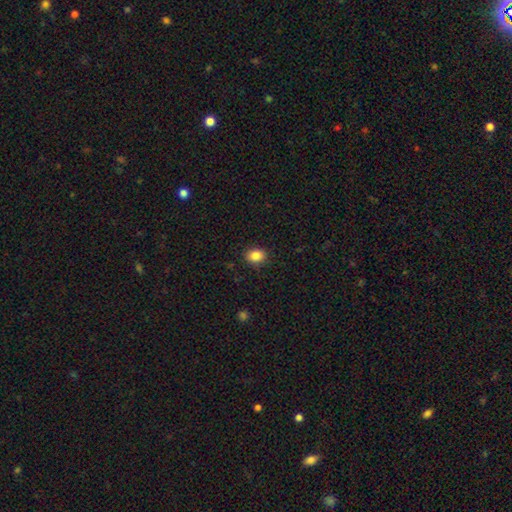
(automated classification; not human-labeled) A smooth galaxy with no disk features (85%) that is in between round and cigar-shaped (55%).

Vote fractions:
- Smooth or featured? smooth: 85% / star or artifact: 10% / featured or disk: 5%
- How rounded? in between: 55% / round: 44% / cigar-shaped: 1%
- Merging? none: 89% / minor disturbance: 8% / major disturbance: 2% / merger: 1%